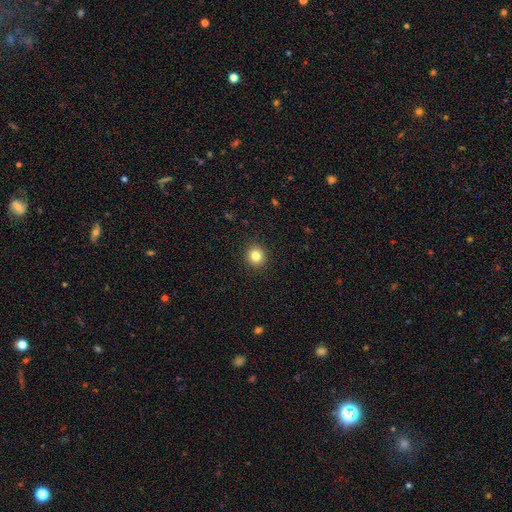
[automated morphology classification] smooth_or_featured: smooth (p=0.82) [alt: star or artifact p=0.11]
how_rounded: round (p=0.88) [alt: in between p=0.11]
merging: none (p=0.92) [alt: minor disturbance p=0.06]